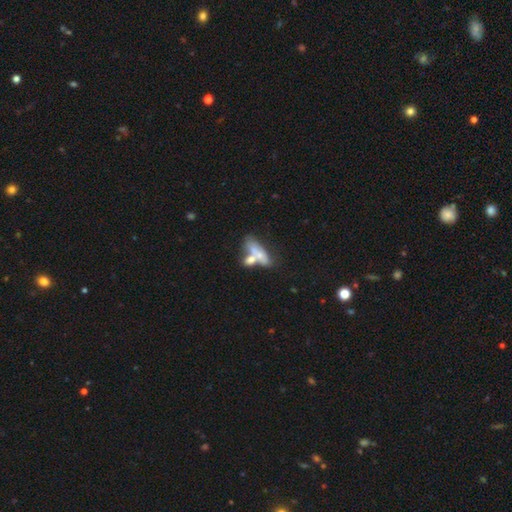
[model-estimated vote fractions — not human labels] This appears to be a smooth galaxy with no disk features (60%) that is in between round and cigar-shaped (61%). Merging: merger (52%).